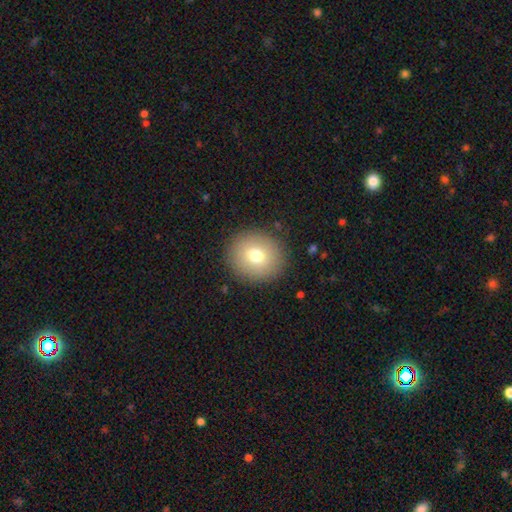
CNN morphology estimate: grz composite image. It shows a smooth galaxy with no disk features (75%) that is round (87%). Merging: none (89%).